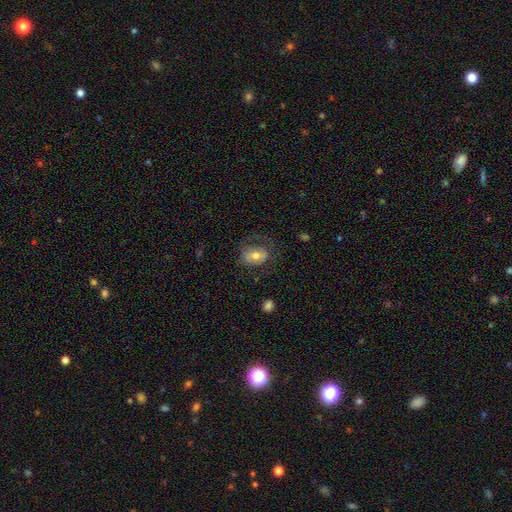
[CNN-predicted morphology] Q: Smooth or featured?
A: smooth (59%); runner-up: featured or disk (34%)
Q: How rounded?
A: in between (68%); runner-up: round (31%)
Q: Merging?
A: none (48%); runner-up: major disturbance (27%)